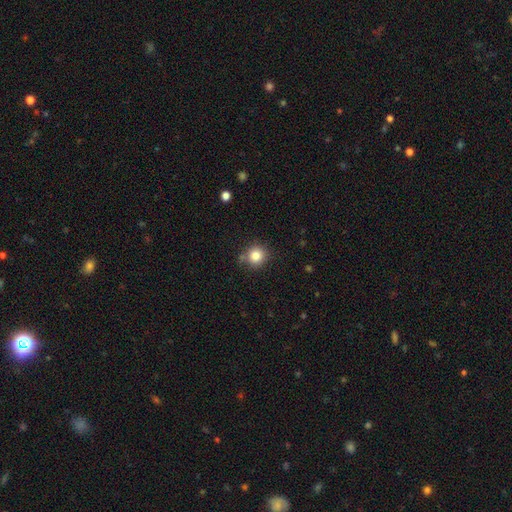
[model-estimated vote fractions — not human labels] The model was most divided on "merging": none: 80%, minor disturbance: 11%, merger: 5%, major disturbance: 3%. More confident: how rounded — round (91%); smooth or featured — smooth (83%).